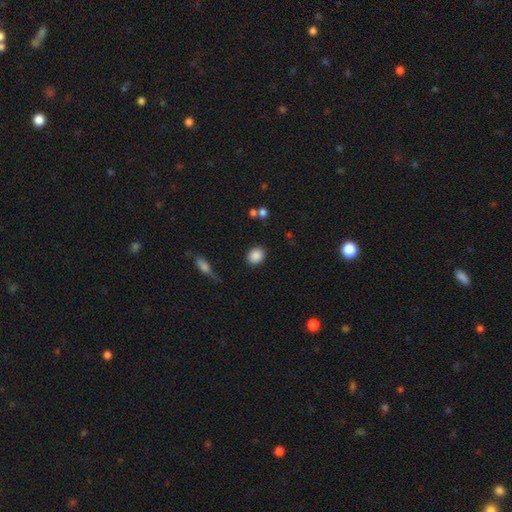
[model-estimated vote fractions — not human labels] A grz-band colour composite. It shows a smooth galaxy with no disk features (88%) that is round (59%). Merging: none (86%).